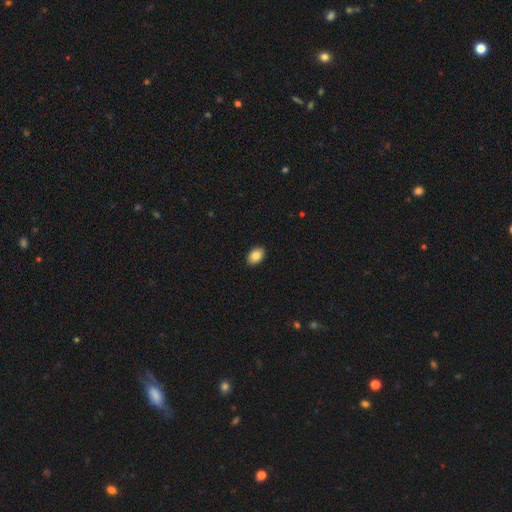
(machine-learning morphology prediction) Smooth or featured? smooth (85%)
How rounded? in between (86%)
Merging? none (91%)